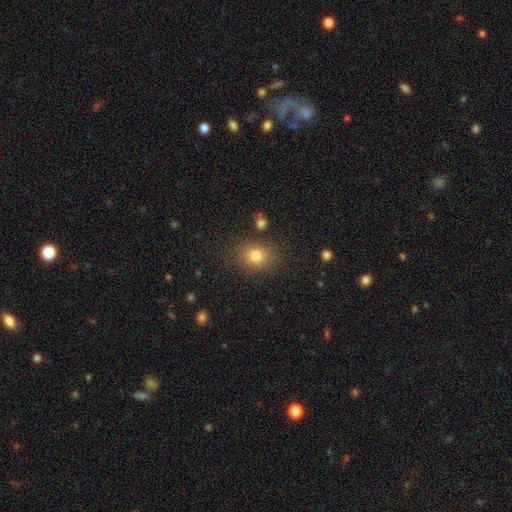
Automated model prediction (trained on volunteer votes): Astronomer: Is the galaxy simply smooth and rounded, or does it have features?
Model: smooth — 79%.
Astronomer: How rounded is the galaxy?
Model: round — 54% (runner-up: in between, 45%).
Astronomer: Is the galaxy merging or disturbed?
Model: none — 81%.